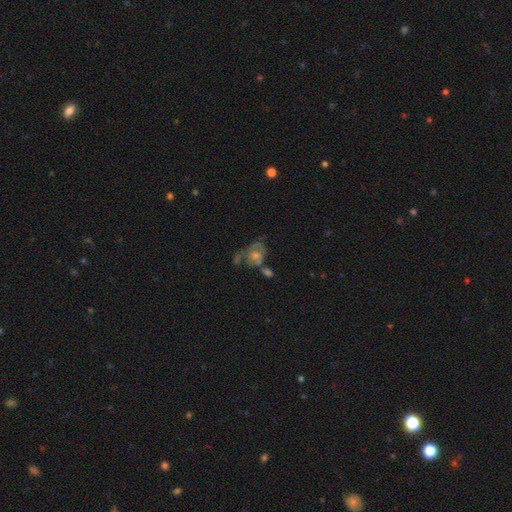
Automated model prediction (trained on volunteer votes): Smooth or featured?
  - featured or disk: 61% *
  - smooth: 25%
  - star or artifact: 15%
Edge-on disk?
  - no: 96% *
  - yes: 4%
Bar?
  - no: 78% *
  - weak: 18%
  - strong: 4%
Spiral arms?
  - yes: 63% *
  - no: 37%
Bulge size?
  - moderate: 49% *
  - small: 35%
  - none: 8%
  - large: 6%
  - dominant: 2%
Merging?
  - none: 31% *
  - merger: 26%
  - major disturbance: 25%
  - minor disturbance: 18%